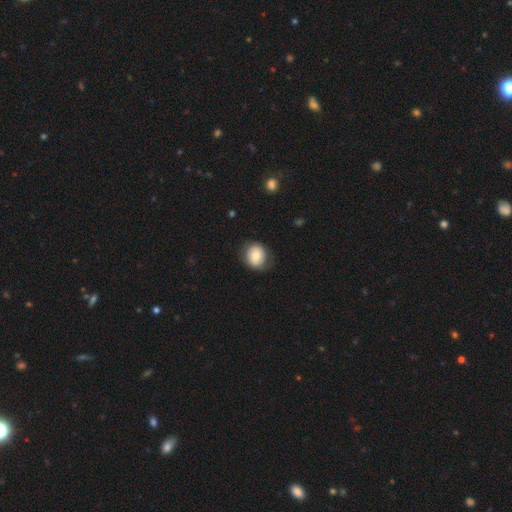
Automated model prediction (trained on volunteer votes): Overall: smooth (70%). How rounded: round (72%). Merging: none (76%).